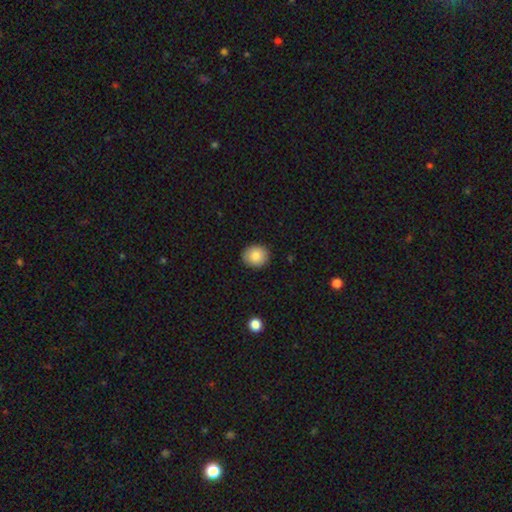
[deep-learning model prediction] Overall: smooth (84%). How rounded: round (80%). Merging: none (90%).